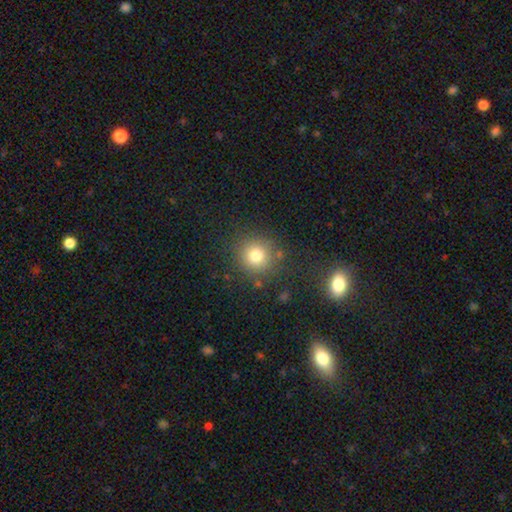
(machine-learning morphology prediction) smooth 77%, star or artifact 14%, featured or disk 8%. Down the decision tree: how rounded — round (91%); merging — none (83%).